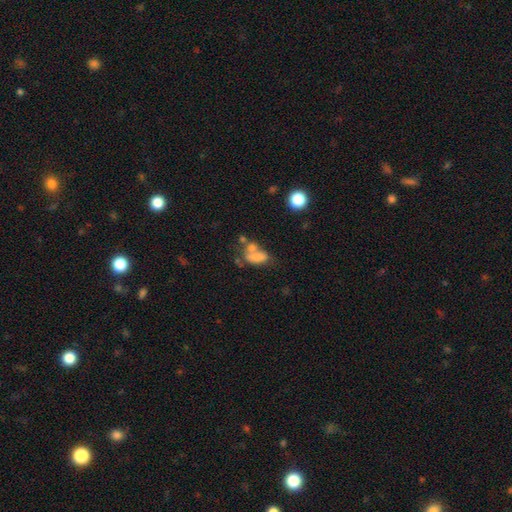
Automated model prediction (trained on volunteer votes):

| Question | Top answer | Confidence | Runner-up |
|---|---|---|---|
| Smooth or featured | smooth | 63% | featured or disk (26%) |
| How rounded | in between | 84% | round (11%) |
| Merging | merger | 46% | none (26%) |